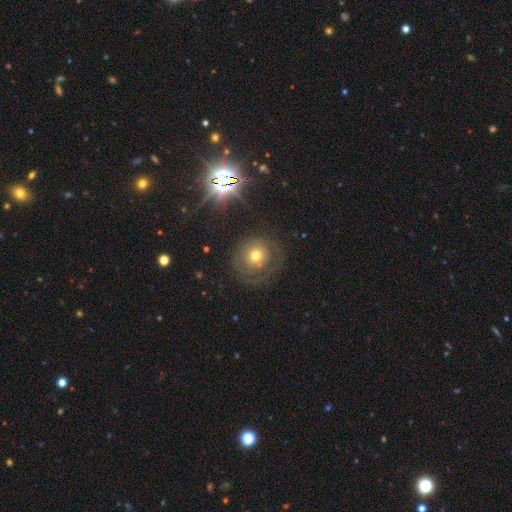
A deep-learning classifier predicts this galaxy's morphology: smooth-or-featured: smooth: 47% | featured or disk: 35% | star or artifact: 17%
  merging: none: 63% | major disturbance: 17% | minor disturbance: 17% | merger: 2%